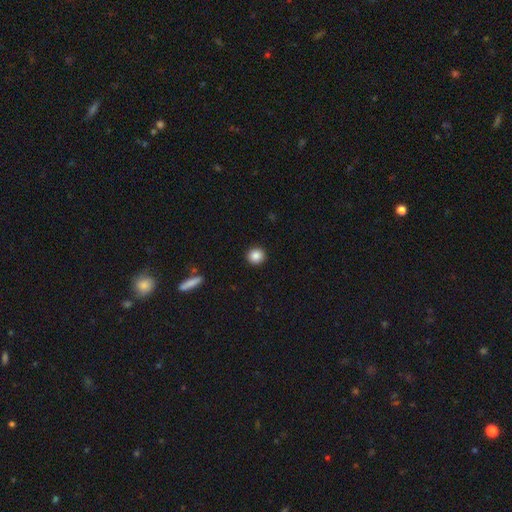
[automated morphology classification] This appears to be a smooth galaxy with no disk features (87%) that is round (90%). Merging: none (93%).